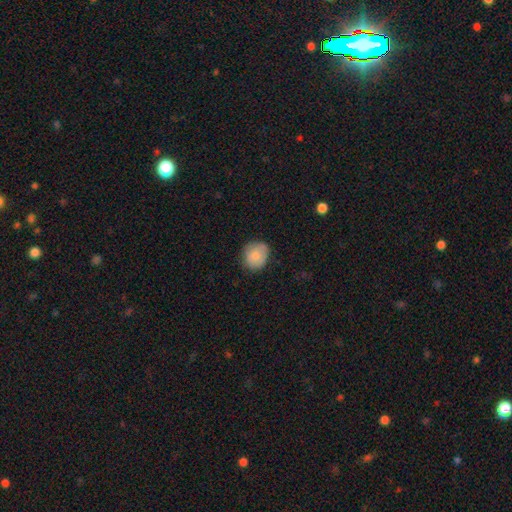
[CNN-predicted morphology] Smooth or featured: smooth — 83% (featured or disk — 10%)
How rounded: round — 79% (in between — 20%)
Merging: none — 76% (minor disturbance — 19%)